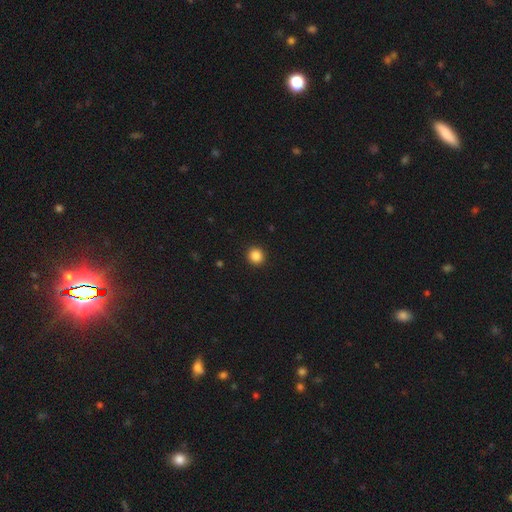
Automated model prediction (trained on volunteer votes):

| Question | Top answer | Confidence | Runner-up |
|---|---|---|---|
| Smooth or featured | smooth | 86% | star or artifact (11%) |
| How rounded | round | 92% | in between (7%) |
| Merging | none | 93% | minor disturbance (4%) |